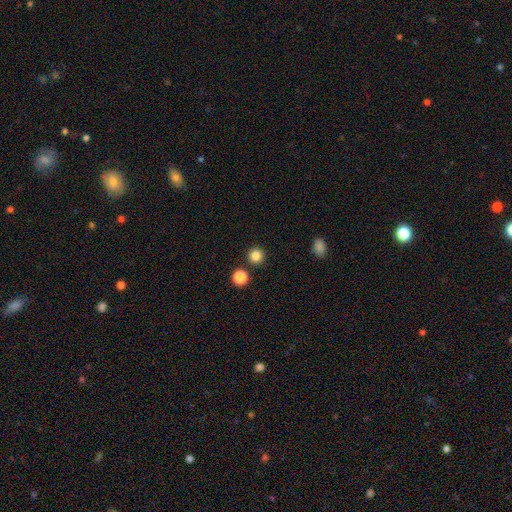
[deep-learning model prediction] The model was most divided on "smooth or featured": smooth: 84%, star or artifact: 12%, featured or disk: 4%. More confident: how rounded — round (95%); merging — none (89%).